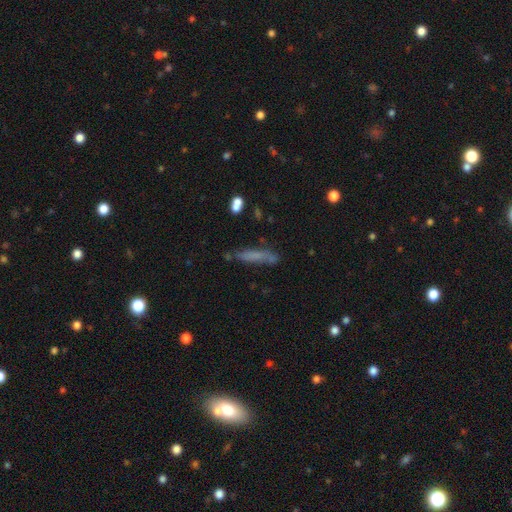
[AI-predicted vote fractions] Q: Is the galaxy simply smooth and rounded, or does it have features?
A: smooth — 63%.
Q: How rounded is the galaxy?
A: cigar-shaped — 87%.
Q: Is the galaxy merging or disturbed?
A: none — 69%.